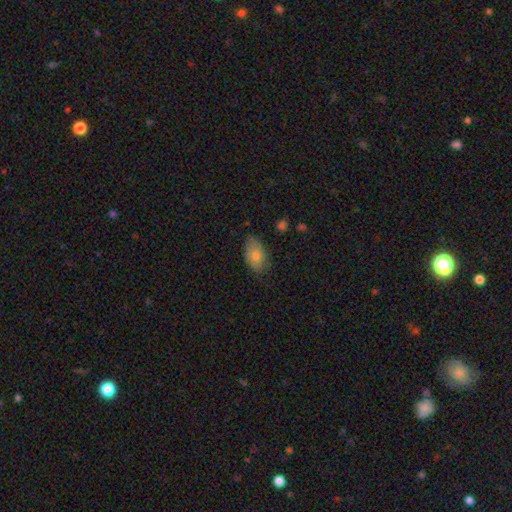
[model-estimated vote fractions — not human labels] Q: Smooth or featured?
A: smooth (71%); runner-up: featured or disk (21%)
Q: How rounded?
A: in between (91%); runner-up: round (7%)
Q: Merging?
A: none (73%); runner-up: minor disturbance (23%)